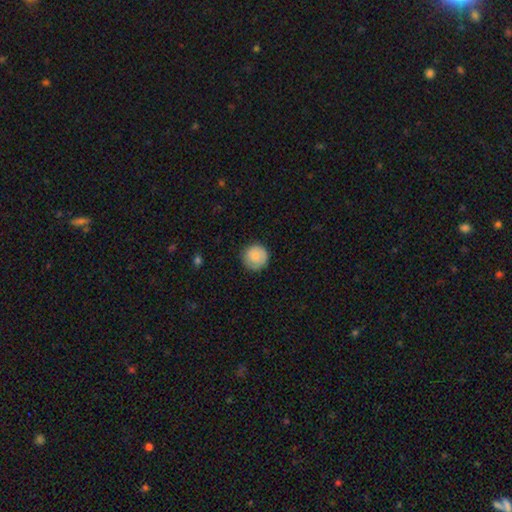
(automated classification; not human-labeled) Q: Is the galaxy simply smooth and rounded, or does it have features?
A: smooth — 80%.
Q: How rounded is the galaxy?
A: round — 95%.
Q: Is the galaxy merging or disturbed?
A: none — 84%.